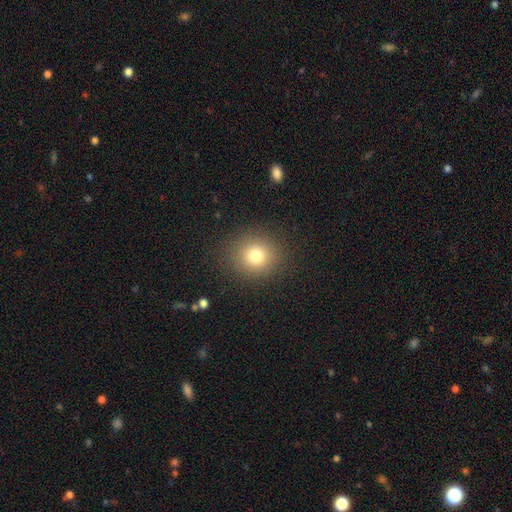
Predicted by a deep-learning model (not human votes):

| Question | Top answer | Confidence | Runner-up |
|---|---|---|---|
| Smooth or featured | smooth | 77% | star or artifact (14%) |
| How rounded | round | 85% | in between (14%) |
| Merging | none | 89% | minor disturbance (7%) |